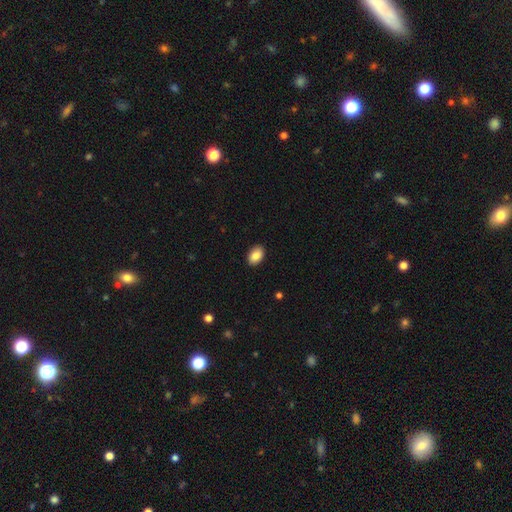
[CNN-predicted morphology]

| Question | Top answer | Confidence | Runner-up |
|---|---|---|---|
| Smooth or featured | smooth | 88% | star or artifact (7%) |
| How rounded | in between | 89% | round (9%) |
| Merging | none | 90% | minor disturbance (7%) |